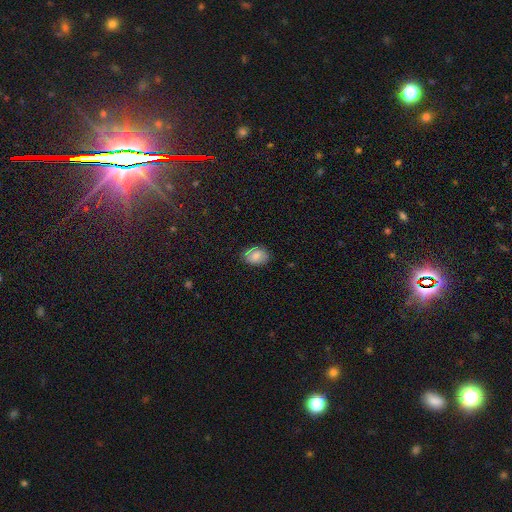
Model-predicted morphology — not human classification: Smooth or featured: smooth — 70% (featured or disk — 18%)
How rounded: in between — 77% (round — 22%)
Merging: none — 78% (minor disturbance — 17%)